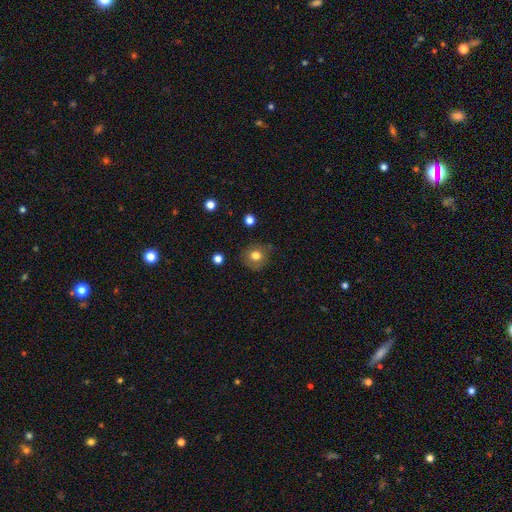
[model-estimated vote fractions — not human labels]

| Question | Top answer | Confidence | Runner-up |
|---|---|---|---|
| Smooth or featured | smooth | 77% | featured or disk (12%) |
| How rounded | round | 85% | in between (14%) |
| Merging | none | 78% | minor disturbance (16%) |